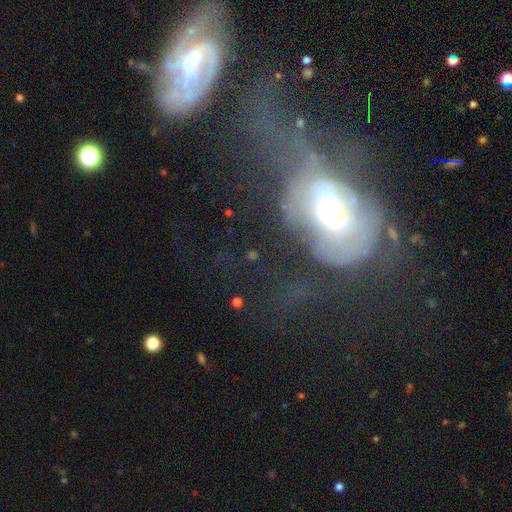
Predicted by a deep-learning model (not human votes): Smooth or featured? Predicted: featured or disk (p=0.60). Edge-on disk? Predicted: no (p=0.92). Bar? Predicted: no (p=0.62). Spiral arms? Predicted: yes (p=0.52). Bulge size? Predicted: moderate (p=0.56). Merging? Predicted: major disturbance (p=0.42).